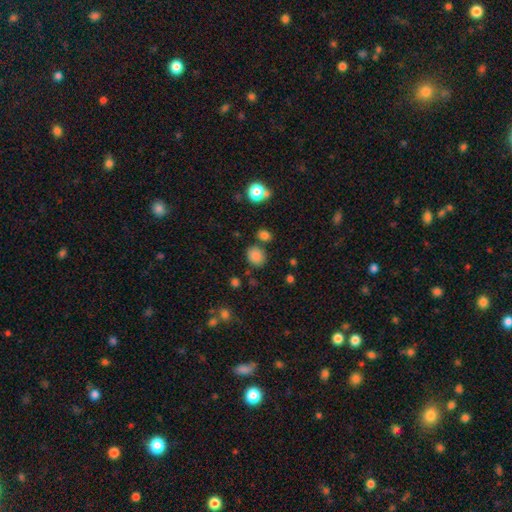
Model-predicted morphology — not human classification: This is clearly a smooth galaxy (83%). How rounded: possibly round (58%). Merging: likely none (74%).